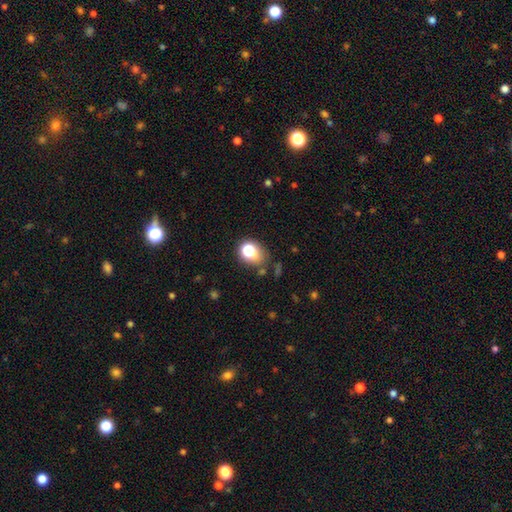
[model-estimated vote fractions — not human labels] smooth-or-featured: smooth: 74% | star or artifact: 15% | featured or disk: 11%
  how-rounded: in between: 52% | round: 47% | cigar-shaped: 1%
  merging: none: 55% | minor disturbance: 20% | merger: 14% | major disturbance: 11%